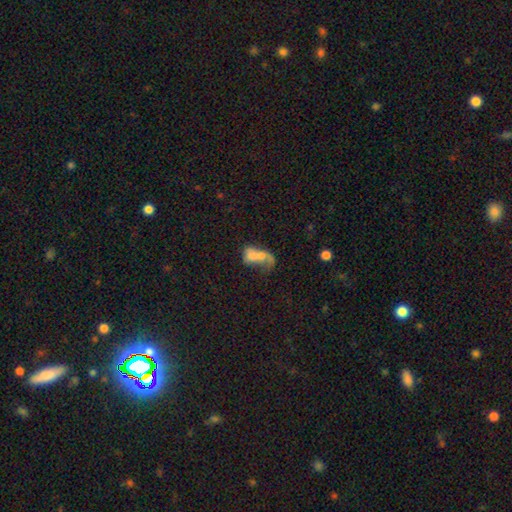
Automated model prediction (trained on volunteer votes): Overall: smooth (53%; featured or disk 36%). How rounded: in between (77%). Merging: merger (60%; major disturbance 21%).